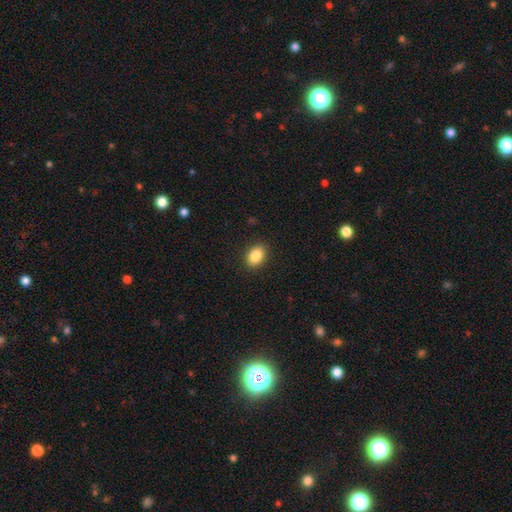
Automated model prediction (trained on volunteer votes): A smooth galaxy with no disk features (86%) that is in between round and cigar-shaped (79%). Merging: none (89%).